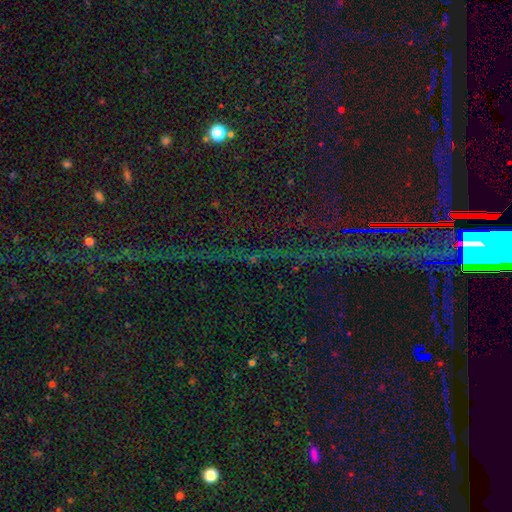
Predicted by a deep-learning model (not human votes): Smooth or featured: star or artifact — 86% (smooth — 7%)